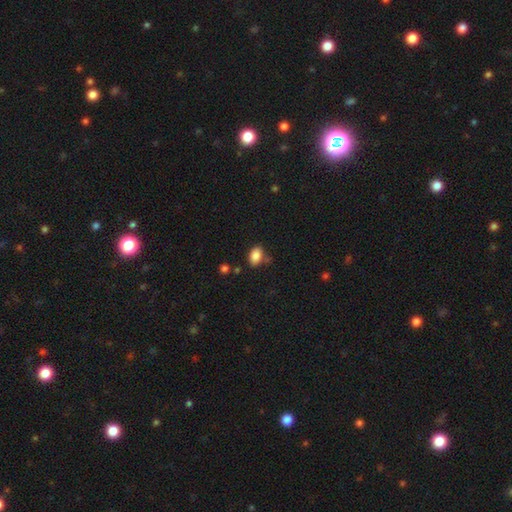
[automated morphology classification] type=smooth (86%); roundness=in between (88%); merging=none (72%).